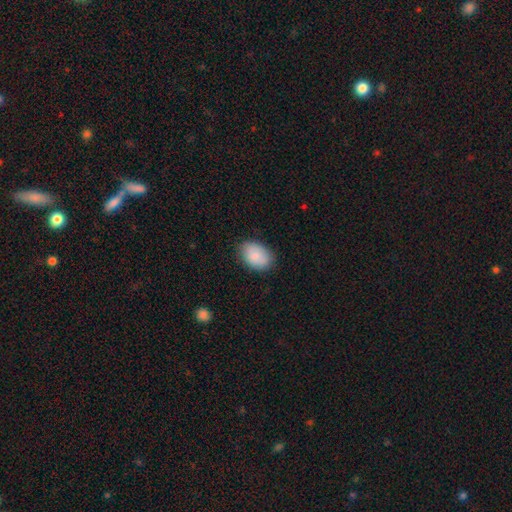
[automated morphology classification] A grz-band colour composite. It shows a smooth galaxy with no disk features (86%) that is in between round and cigar-shaped (84%). Merging: none (82%).